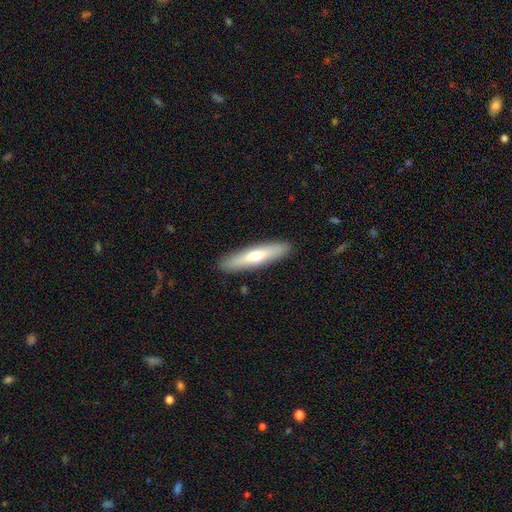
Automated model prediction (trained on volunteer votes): This appears to be a smooth galaxy with no disk features (56%) that is cigar-shaped (84%). Merging: none (90%).